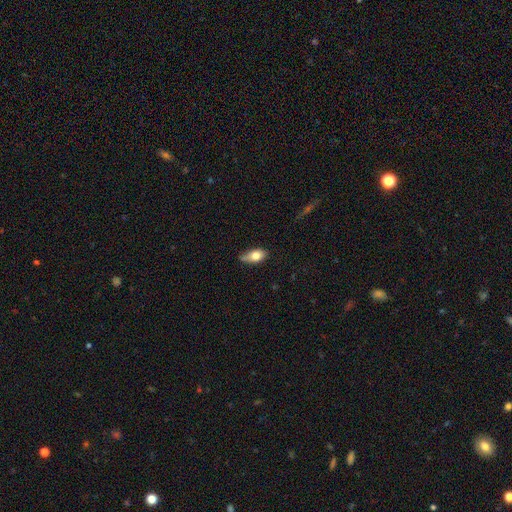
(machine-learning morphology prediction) The model was most divided on "merging": none: 51%, minor disturbance: 37%, major disturbance: 9%, merger: 3%. More confident: how rounded — in between (87%); smooth or featured — smooth (75%).